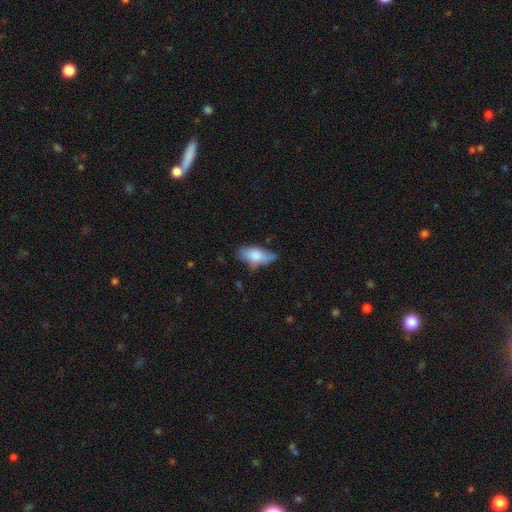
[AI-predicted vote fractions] A smooth galaxy with no disk features (72%) that is in between round and cigar-shaped (85%). Merging: none (46%).